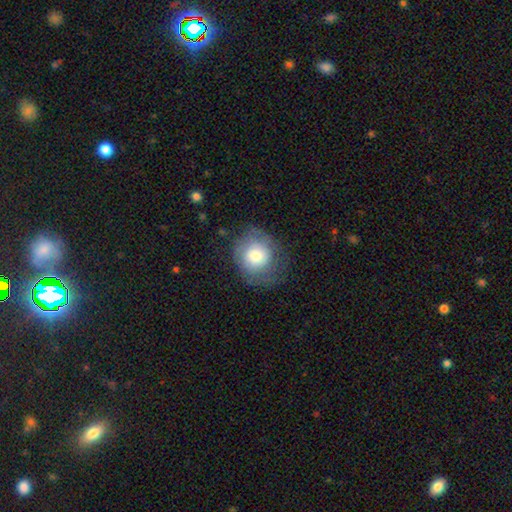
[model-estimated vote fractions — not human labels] A smooth galaxy with no disk features (66%) that is round (82%).

Vote fractions:
- Smooth or featured? smooth: 66% / featured or disk: 26% / star or artifact: 8%
- How rounded? round: 82% / in between: 17% / cigar-shaped: 1%
- Merging? none: 61% / minor disturbance: 23% / major disturbance: 14% / merger: 1%